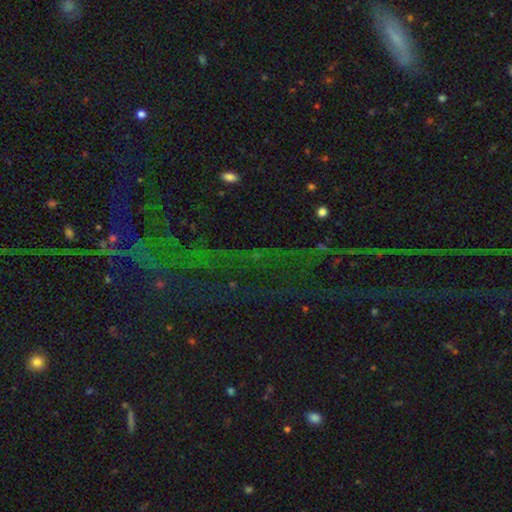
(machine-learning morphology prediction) A star or artifact, not a galaxy (80%).

Vote fractions:
- Smooth or featured? star or artifact: 80% / smooth: 10% / featured or disk: 10%